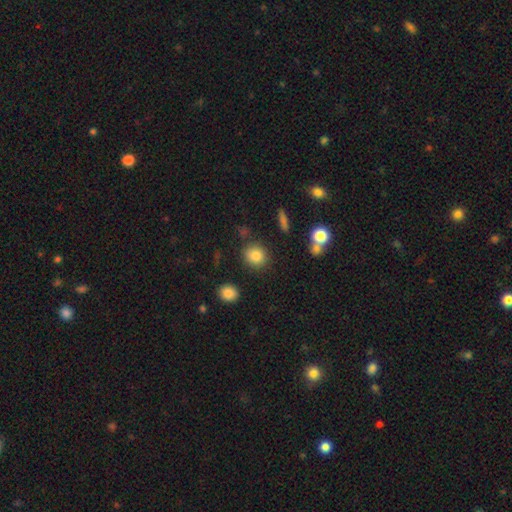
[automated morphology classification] A smooth galaxy with no disk features (83%) that is round (82%).

Vote fractions:
- Smooth or featured? smooth: 83% / star or artifact: 10% / featured or disk: 6%
- How rounded? round: 82% / in between: 17% / cigar-shaped: 1%
- Merging? none: 83% / minor disturbance: 9% / merger: 4% / major disturbance: 3%